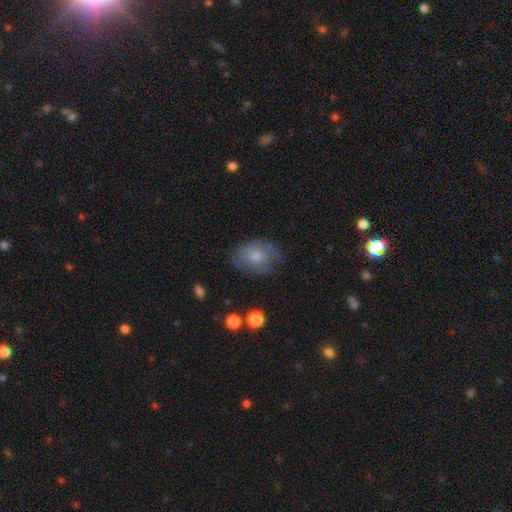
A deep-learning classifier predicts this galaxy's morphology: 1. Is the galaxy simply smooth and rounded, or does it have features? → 63% smooth, 29% featured or disk, 8% star or artifact.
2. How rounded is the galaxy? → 66% in between, 33% round, 1% cigar-shaped.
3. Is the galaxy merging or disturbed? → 65% none, 24% minor disturbance, 10% major disturbance, 1% merger.